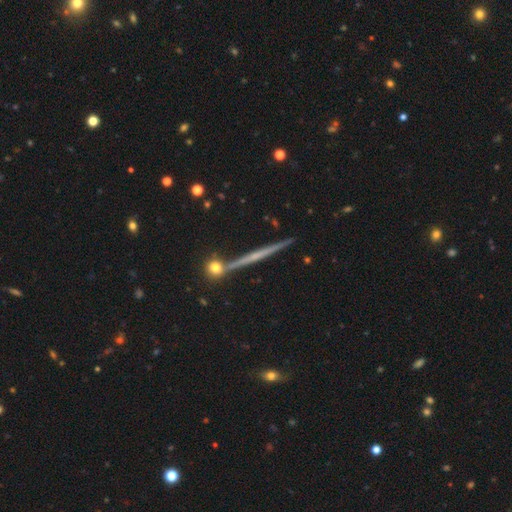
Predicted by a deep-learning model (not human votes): Smooth or featured?
  - featured or disk: 71% *
  - smooth: 21%
  - star or artifact: 8%
Edge-on disk?
  - yes: 98% *
  - no: 2%
Edge-on bulge?
  - none: 65% *
  - rounded: 27%
  - boxy: 8%
Merging?
  - none: 88% *
  - minor disturbance: 7%
  - merger: 4%
  - major disturbance: 2%